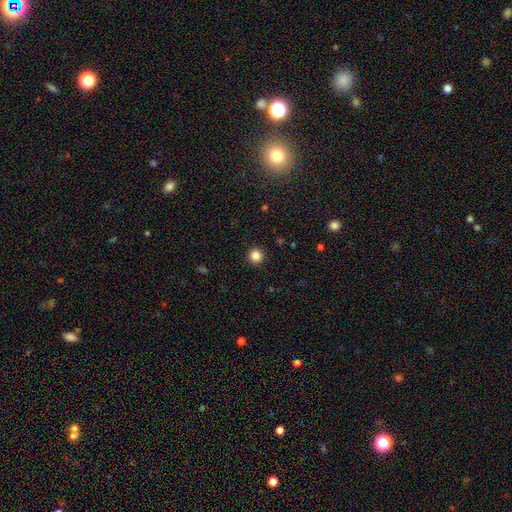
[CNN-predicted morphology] Smooth or featured? Predicted: smooth (p=0.85). How rounded? Predicted: round (p=0.95). Merging? Predicted: none (p=0.93).